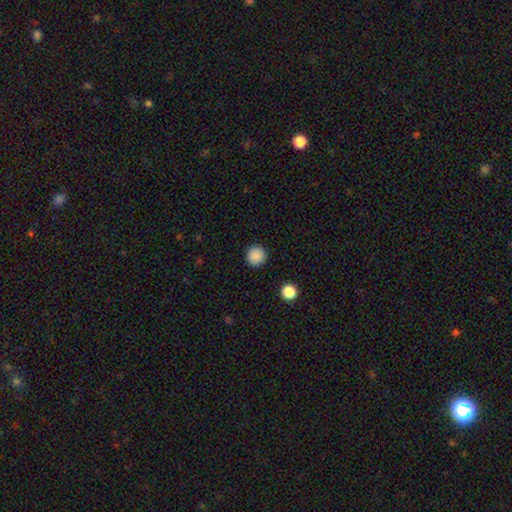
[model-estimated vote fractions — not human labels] Smooth or featured? Predicted: smooth (p=0.88). How rounded? Predicted: round (p=0.95). Merging? Predicted: none (p=0.92).